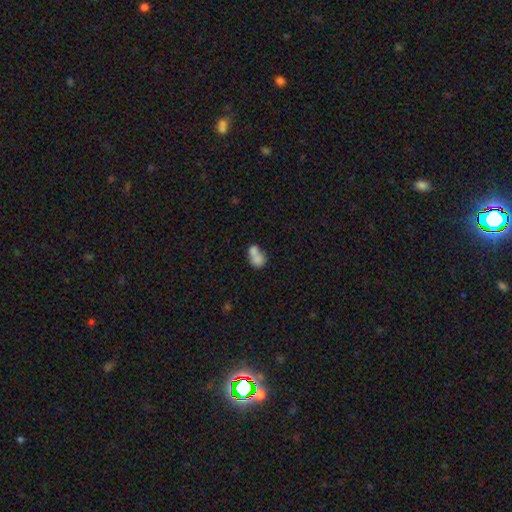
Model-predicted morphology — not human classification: Smooth or featured?
  - smooth: 76% *
  - featured or disk: 15%
  - star or artifact: 9%
How rounded?
  - in between: 64% *
  - round: 34%
  - cigar-shaped: 2%
Merging?
  - merger: 66% *
  - none: 20%
  - minor disturbance: 8%
  - major disturbance: 5%